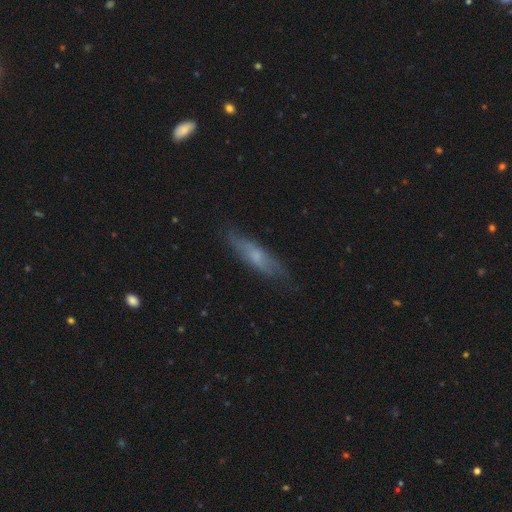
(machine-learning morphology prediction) The model was most divided on "smooth or featured": smooth: 47%, featured or disk: 46%, star or artifact: 8%. More confident: merging — none (72%).